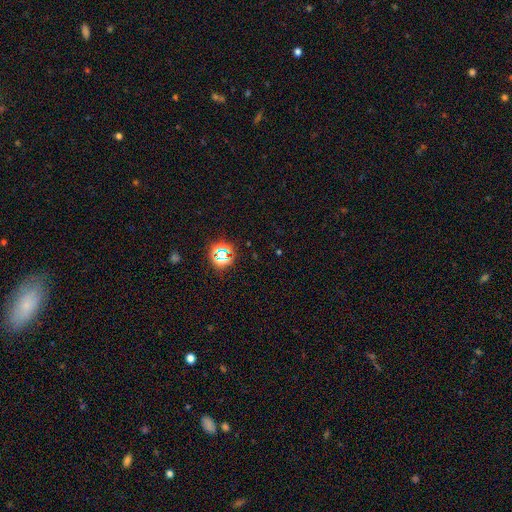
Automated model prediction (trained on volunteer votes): This is likely a star or artifact rather than a galaxy (74%).